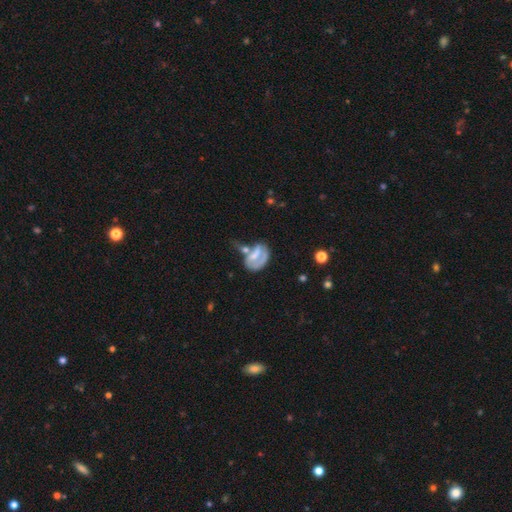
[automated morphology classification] Smooth or featured? Predicted: featured or disk (p=0.53). Edge-on disk? Predicted: no (p=0.96). Bar? Predicted: no (p=0.43). Spiral arms? Predicted: no (p=0.51). Bulge size? Predicted: small (p=0.35). Merging? Predicted: merger (p=0.36).